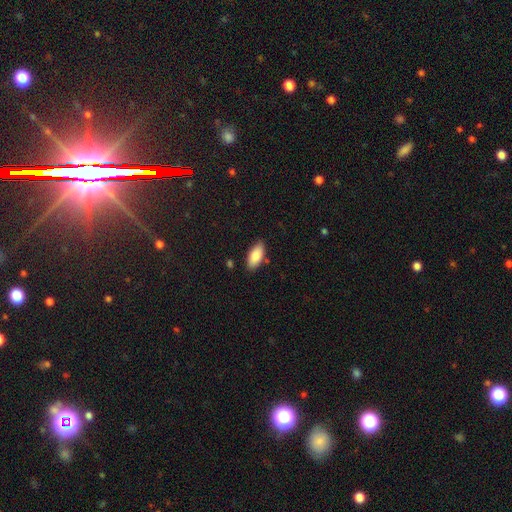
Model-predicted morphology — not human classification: smooth-or-featured: smooth: 85% | featured or disk: 8% | star or artifact: 6%
  how-rounded: in between: 89% | cigar-shaped: 9% | round: 2%
  merging: none: 83% | minor disturbance: 12% | merger: 2% | major disturbance: 2%